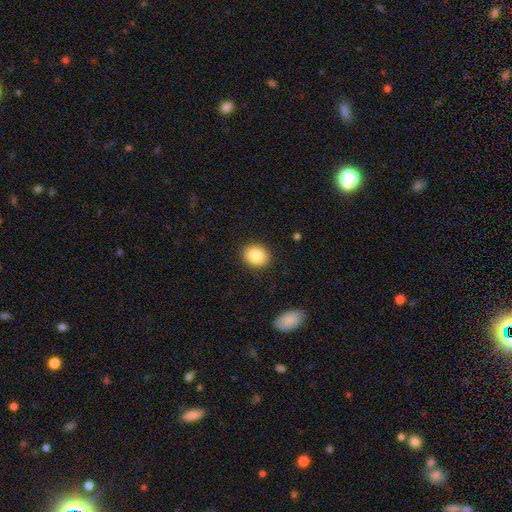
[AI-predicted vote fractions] smooth-or-featured: smooth: 84% | star or artifact: 8% | featured or disk: 7%
  how-rounded: round: 63% | in between: 36% | cigar-shaped: 1%
  merging: none: 90% | minor disturbance: 7% | major disturbance: 2% | merger: 1%